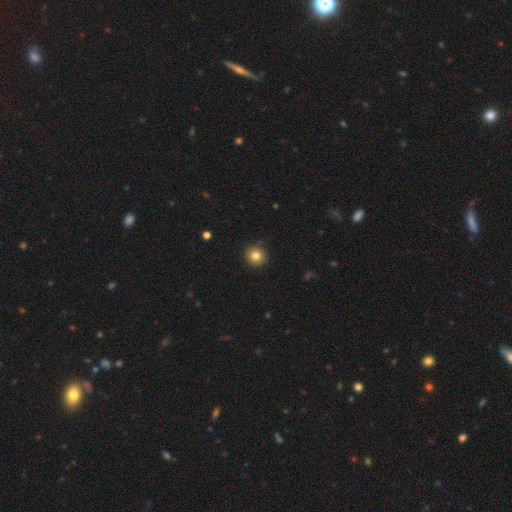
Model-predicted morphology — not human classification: type=smooth (83%); roundness=round (92%); merging=none (90%).